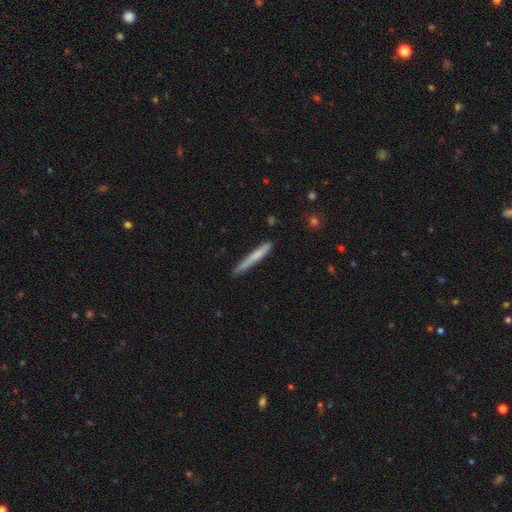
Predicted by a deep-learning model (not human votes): Overall: smooth (65%; featured or disk 29%). How rounded: cigar-shaped (96%). Merging: none (84%).